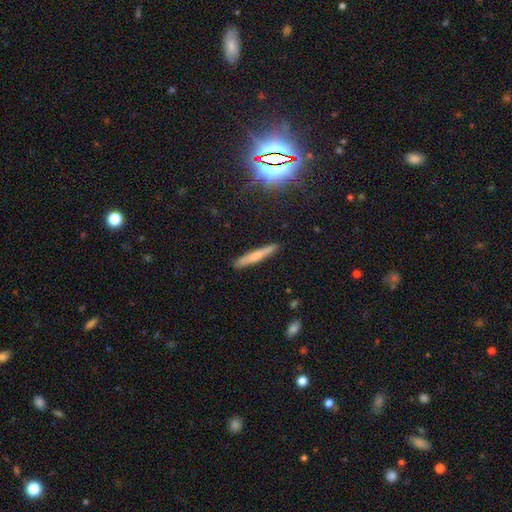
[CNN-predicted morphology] The model was most divided on "smooth or featured": smooth: 61%, featured or disk: 30%, star or artifact: 9%. More confident: how rounded — cigar-shaped (94%); merging — none (89%).